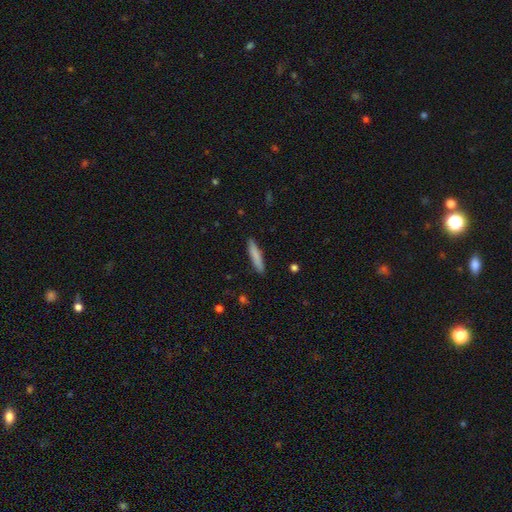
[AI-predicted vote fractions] smooth-or-featured: smooth: 83% | featured or disk: 11% | star or artifact: 6%
  how-rounded: cigar-shaped: 87% | in between: 12% | round: 1%
  merging: none: 89% | minor disturbance: 8% | major disturbance: 2% | merger: 1%